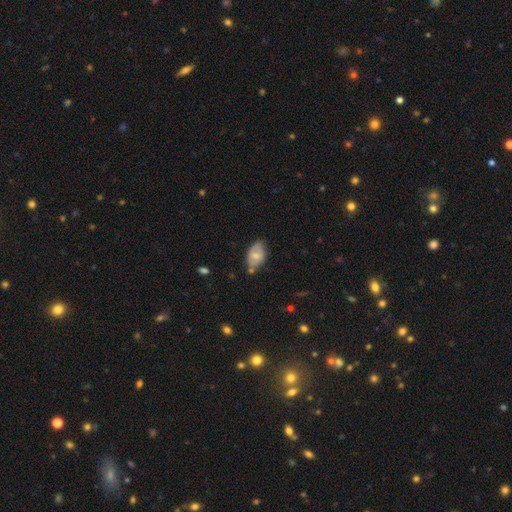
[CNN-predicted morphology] Q: Smooth or featured?
A: smooth (61%); runner-up: featured or disk (31%)
Q: How rounded?
A: in between (91%); runner-up: round (7%)
Q: Merging?
A: none (59%); runner-up: minor disturbance (29%)